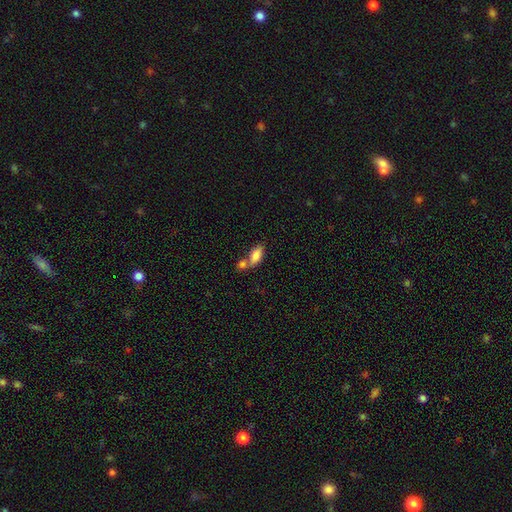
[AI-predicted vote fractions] smooth-or-featured: smooth: 80% | featured or disk: 12% | star or artifact: 8%
  how-rounded: in between: 86% | cigar-shaped: 10% | round: 4%
  merging: merger: 50% | none: 35% | minor disturbance: 10% | major disturbance: 4%